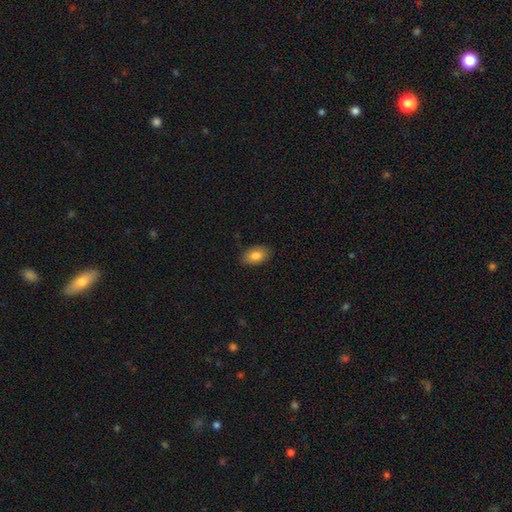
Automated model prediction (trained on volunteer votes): smooth 82%, featured or disk 10%, star or artifact 7%. Down the decision tree: how rounded — in between (91%); merging — none (86%).